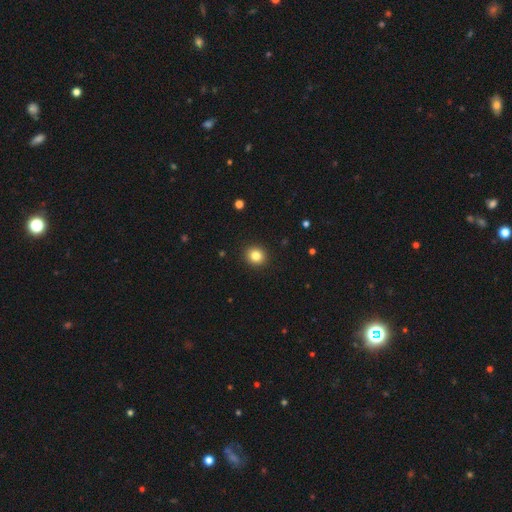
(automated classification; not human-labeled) smooth 83%, star or artifact 11%, featured or disk 6%. Down the decision tree: how rounded — round (88%); merging — none (93%).